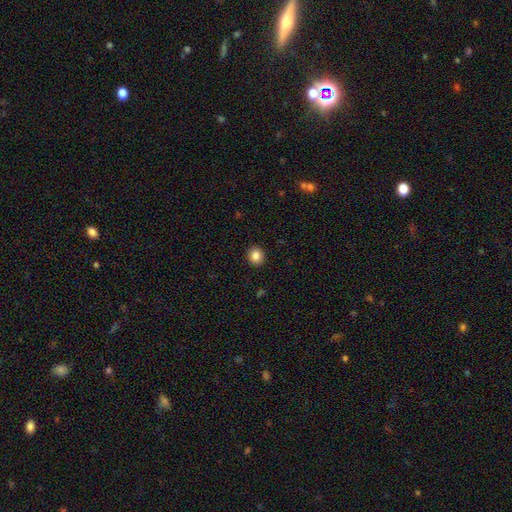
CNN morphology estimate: smooth 84%, star or artifact 10%, featured or disk 6%. Down the decision tree: how rounded — round (82%); merging — none (92%).